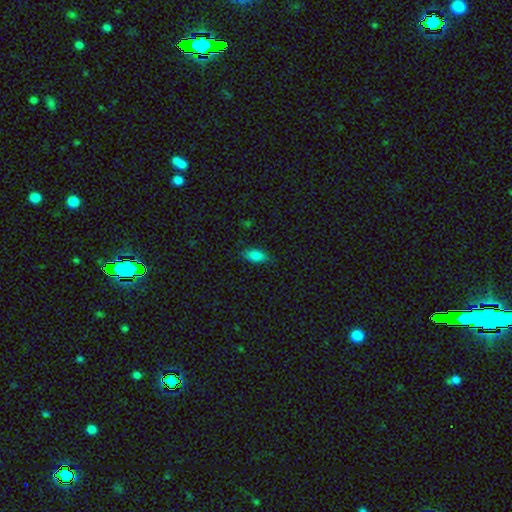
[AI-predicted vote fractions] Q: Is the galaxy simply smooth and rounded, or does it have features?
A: smooth — 84%.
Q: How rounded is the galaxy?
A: in between — 90%.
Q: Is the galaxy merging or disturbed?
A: none — 81%.